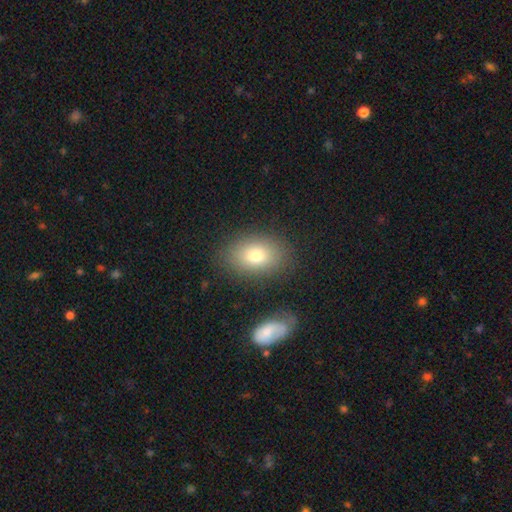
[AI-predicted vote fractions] smooth 76%, featured or disk 13%, star or artifact 10%. Down the decision tree: how rounded — in between (79%); merging — none (81%).